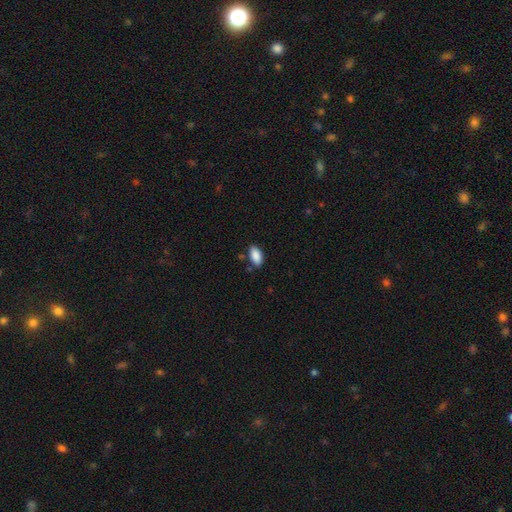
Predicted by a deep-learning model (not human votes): Overall: smooth (89%). How rounded: in between (93%). Merging: none (81%).